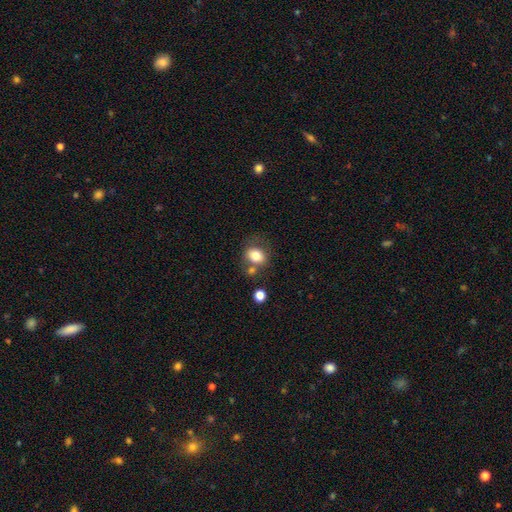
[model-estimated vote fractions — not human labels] Morphology: type=smooth (79%); roundness=round (50%); merging=none (57%).